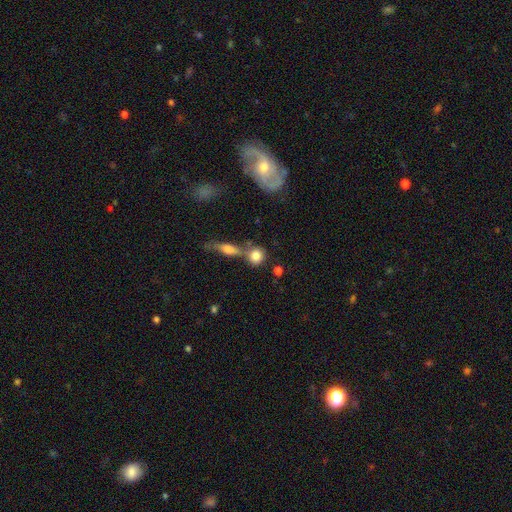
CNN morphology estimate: Smooth or featured?
  - smooth: 80% *
  - featured or disk: 11%
  - star or artifact: 9%
How rounded?
  - round: 79% *
  - in between: 17%
  - cigar-shaped: 4%
Merging?
  - none: 52% *
  - merger: 32%
  - minor disturbance: 11%
  - major disturbance: 5%